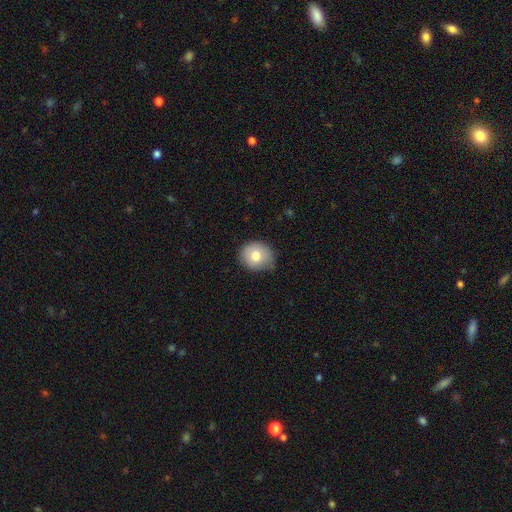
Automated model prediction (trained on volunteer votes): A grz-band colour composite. It shows a smooth galaxy with no disk features (76%) that is round (77%). Merging: none (70%).